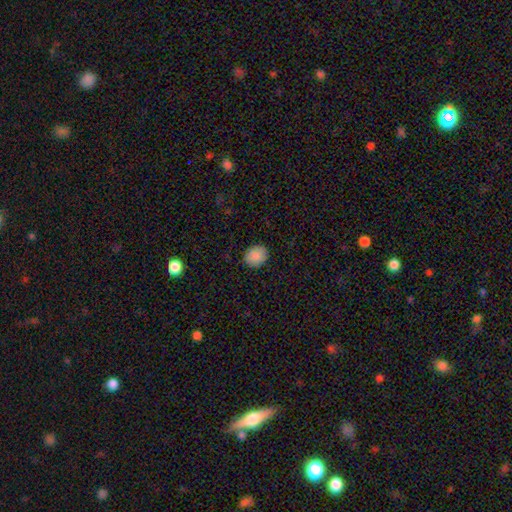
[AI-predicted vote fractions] Smooth or featured? smooth (88%)
How rounded? round (70%)
Merging? none (88%)